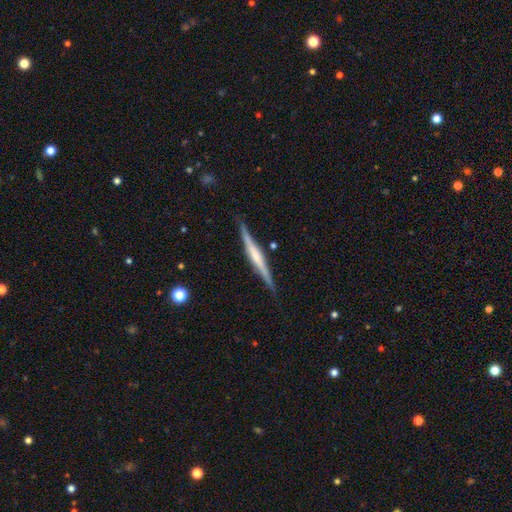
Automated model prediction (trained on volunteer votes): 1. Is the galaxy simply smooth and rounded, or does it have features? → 69% featured or disk, 25% smooth, 6% star or artifact.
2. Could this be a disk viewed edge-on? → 97% yes, 3% no.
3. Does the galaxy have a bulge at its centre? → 46% rounded, 31% none, 23% boxy.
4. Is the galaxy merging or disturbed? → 86% none, 10% minor disturbance, 2% major disturbance, 2% merger.